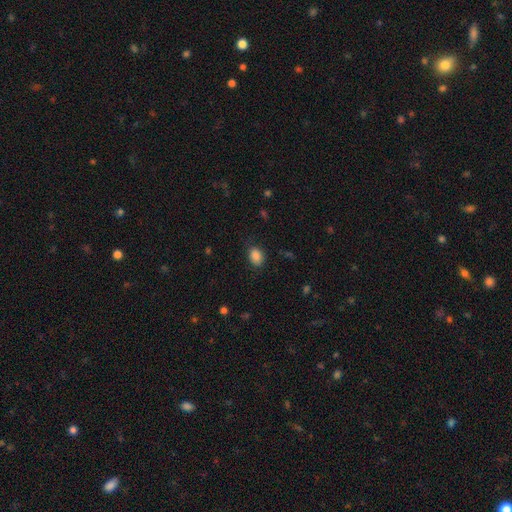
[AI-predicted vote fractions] Q: Smooth or featured?
A: smooth (86%); runner-up: star or artifact (9%)
Q: How rounded?
A: in between (64%); runner-up: round (35%)
Q: Merging?
A: none (80%); runner-up: minor disturbance (15%)